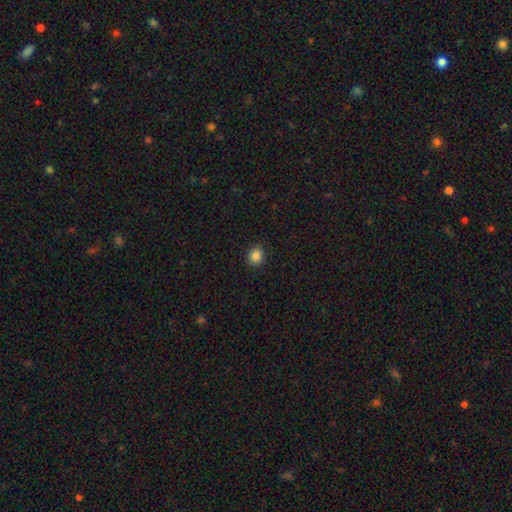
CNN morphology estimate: smooth-or-featured: smooth: 87% | star or artifact: 11% | featured or disk: 3%
  how-rounded: round: 64% | in between: 36% | cigar-shaped: 1%
  merging: none: 89% | minor disturbance: 8% | major disturbance: 2% | merger: 1%